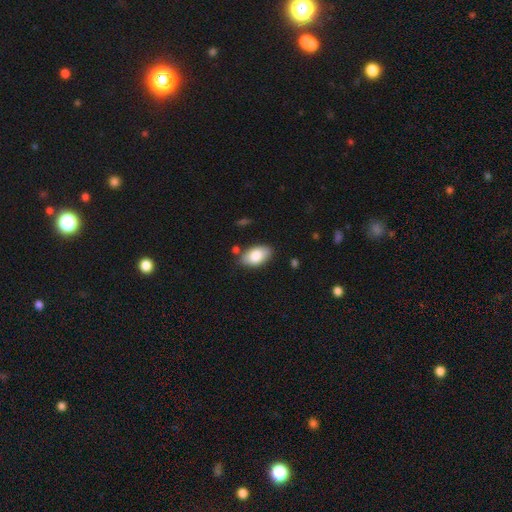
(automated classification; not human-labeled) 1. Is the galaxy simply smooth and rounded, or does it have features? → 83% smooth, 10% featured or disk, 6% star or artifact.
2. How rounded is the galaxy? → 94% in between, 4% round, 2% cigar-shaped.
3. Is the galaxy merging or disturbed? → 78% none, 16% minor disturbance, 3% merger, 3% major disturbance.